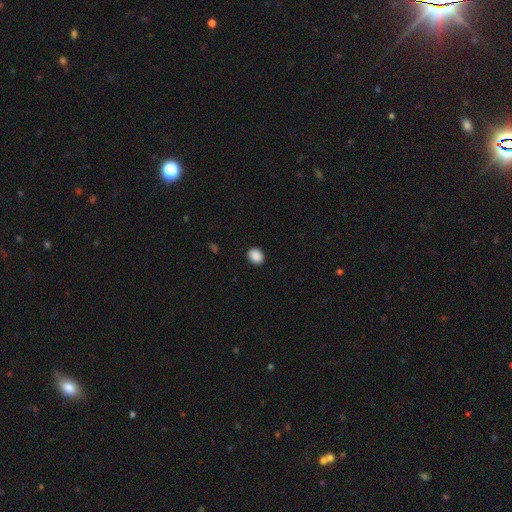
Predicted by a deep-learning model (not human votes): smooth_or_featured: smooth (p=0.90) [alt: star or artifact p=0.08]
how_rounded: in between (p=0.52) [alt: round p=0.48]
merging: none (p=0.91) [alt: minor disturbance p=0.07]